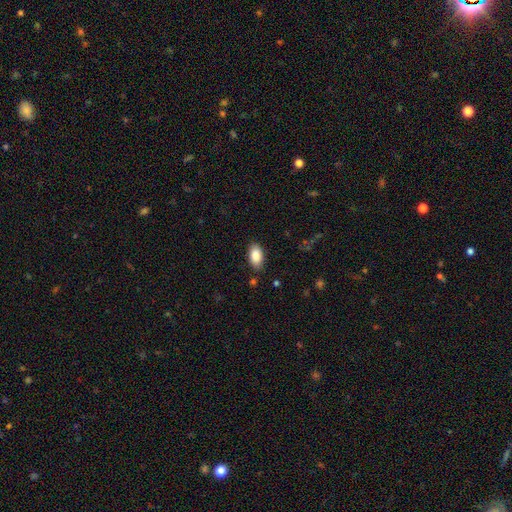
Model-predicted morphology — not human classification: smooth-or-featured: smooth: 87% | star or artifact: 7% | featured or disk: 6%
  how-rounded: in between: 93% | round: 4% | cigar-shaped: 3%
  merging: none: 86% | minor disturbance: 10% | major disturbance: 2% | merger: 1%